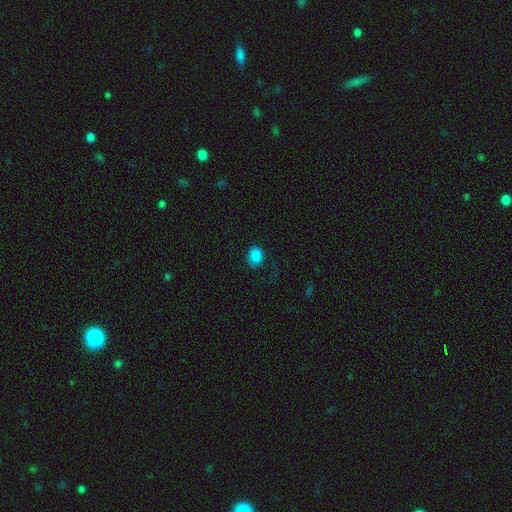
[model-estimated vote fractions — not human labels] Overall: smooth (84%). How rounded: round (52%; in between 47%). Merging: none (71%).